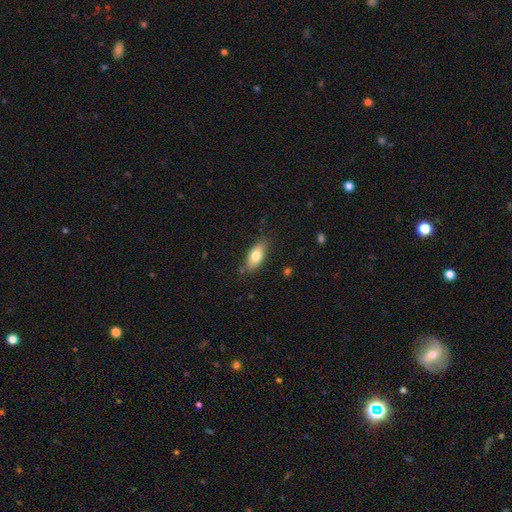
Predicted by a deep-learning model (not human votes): A smooth galaxy with no disk features (76%) that is in between round and cigar-shaped (83%).

Vote fractions:
- Smooth or featured? smooth: 76% / featured or disk: 17% / star or artifact: 7%
- How rounded? in between: 83% / cigar-shaped: 14% / round: 3%
- Merging? none: 81% / minor disturbance: 14% / major disturbance: 3% / merger: 2%